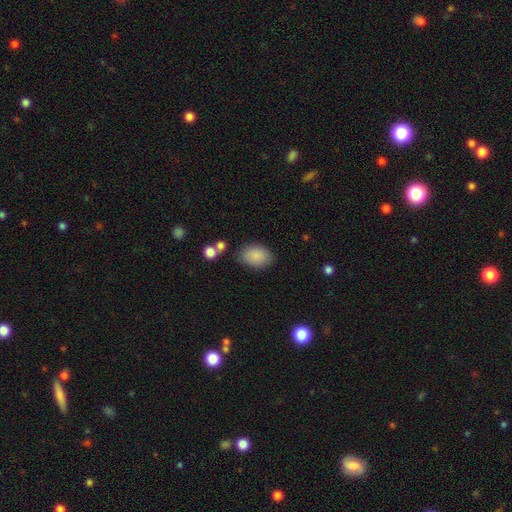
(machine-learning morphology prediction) This appears to be a smooth galaxy with no disk features (88%) that is in between round and cigar-shaped (84%). Merging: none (81%).